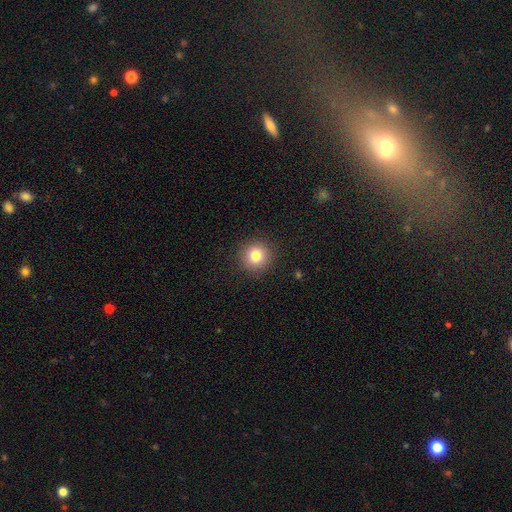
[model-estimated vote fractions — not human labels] Smooth or featured: smooth — 81% (star or artifact — 11%)
How rounded: round — 93% (in between — 6%)
Merging: none — 91% (minor disturbance — 6%)